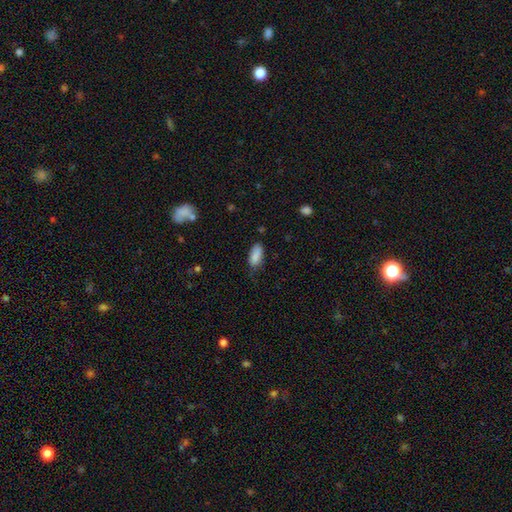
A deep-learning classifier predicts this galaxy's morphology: The model was most divided on "merging": none: 70%, minor disturbance: 24%, major disturbance: 5%, merger: 2%. More confident: smooth or featured — smooth (88%); how rounded — in between (87%).